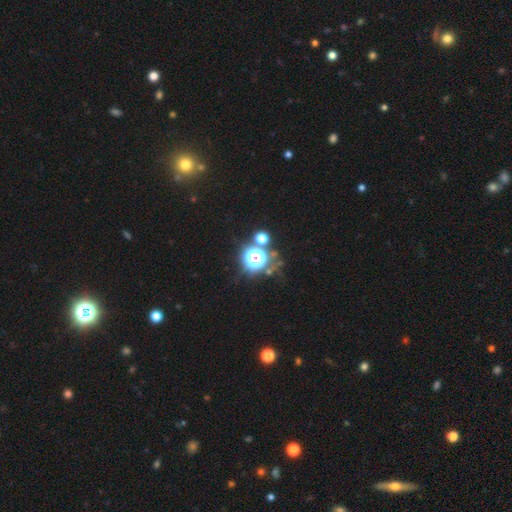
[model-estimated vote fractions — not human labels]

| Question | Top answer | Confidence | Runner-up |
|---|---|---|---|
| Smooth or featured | star or artifact | 80% | smooth (13%) |